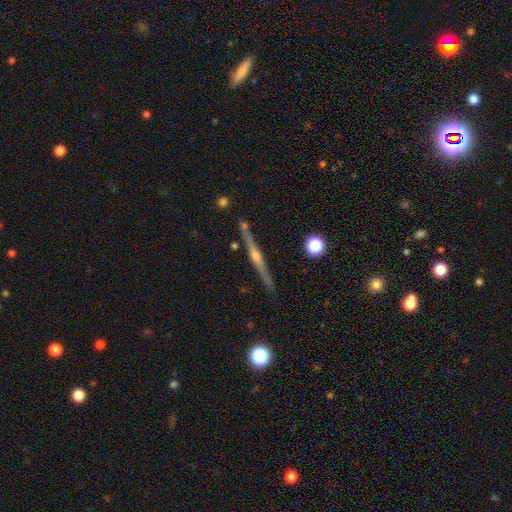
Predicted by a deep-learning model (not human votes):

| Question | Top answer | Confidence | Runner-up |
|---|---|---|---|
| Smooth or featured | featured or disk | 86% | smooth (8%) |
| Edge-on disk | yes | 99% | no (1%) |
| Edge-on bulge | rounded | 90% | none (5%) |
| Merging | none | 91% | minor disturbance (6%) |